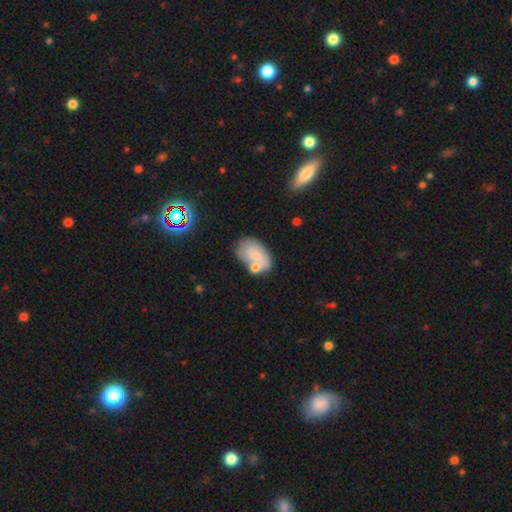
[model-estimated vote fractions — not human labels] A smooth galaxy with no disk features (62%) that is in between round and cigar-shaped (90%). Merging: none (49%).